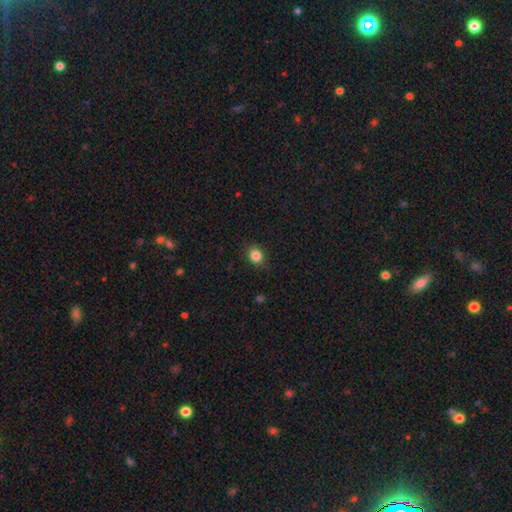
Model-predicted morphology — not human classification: Smooth or featured: smooth — 84% (star or artifact — 11%)
How rounded: round — 59% (in between — 40%)
Merging: none — 86% (minor disturbance — 11%)